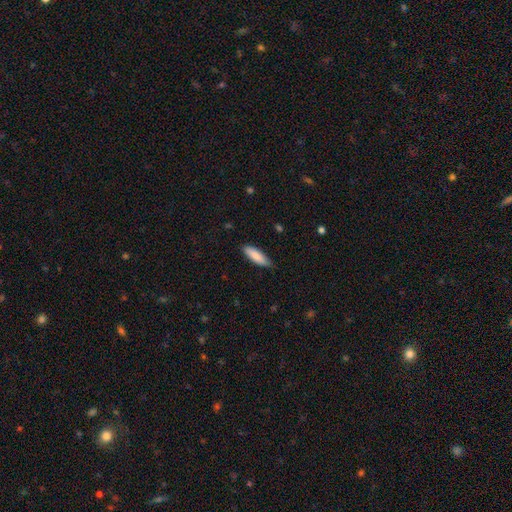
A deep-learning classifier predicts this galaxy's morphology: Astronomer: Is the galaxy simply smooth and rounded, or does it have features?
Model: smooth — 84%.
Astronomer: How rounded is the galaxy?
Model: cigar-shaped — 54% (runner-up: in between, 44%).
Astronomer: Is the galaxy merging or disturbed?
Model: none — 83%.